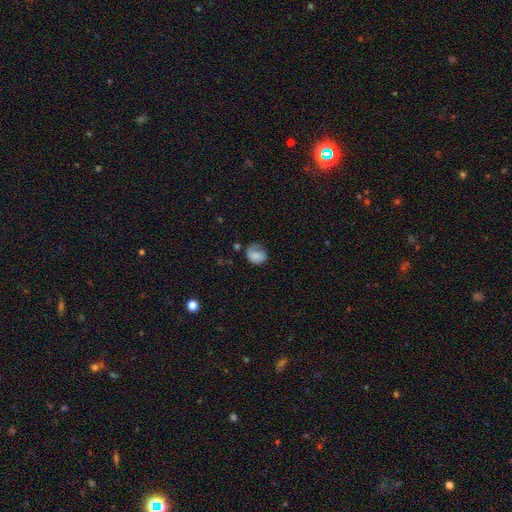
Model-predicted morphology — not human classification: smooth_or_featured: smooth (p=0.76) [alt: featured or disk p=0.15]
how_rounded: round (p=0.60) [alt: in between p=0.39]
merging: none (p=0.46) [alt: minor disturbance p=0.33]